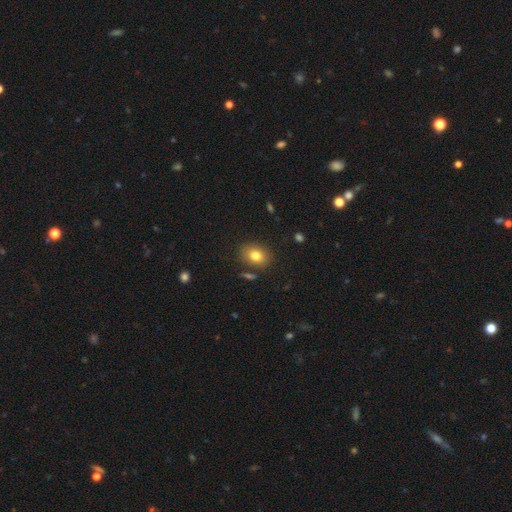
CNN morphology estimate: Smooth or featured?
  - smooth: 79% *
  - featured or disk: 10%
  - star or artifact: 10%
How rounded?
  - in between: 62% *
  - round: 37%
  - cigar-shaped: 1%
Merging?
  - none: 82% *
  - minor disturbance: 11%
  - merger: 4%
  - major disturbance: 3%